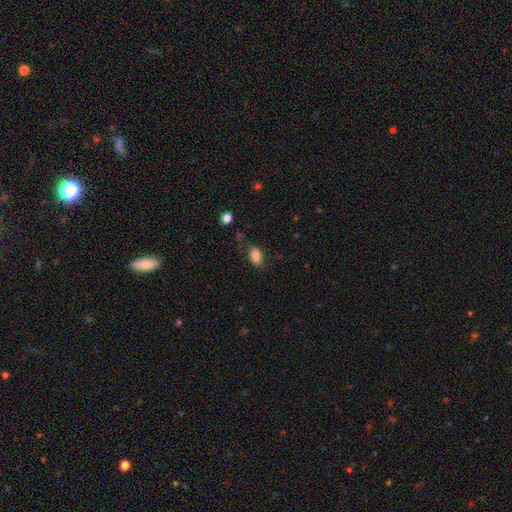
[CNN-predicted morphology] smooth-or-featured: smooth: 84% | star or artifact: 9% | featured or disk: 8%
  how-rounded: in between: 89% | round: 9% | cigar-shaped: 2%
  merging: none: 72% | minor disturbance: 20% | major disturbance: 6% | merger: 2%